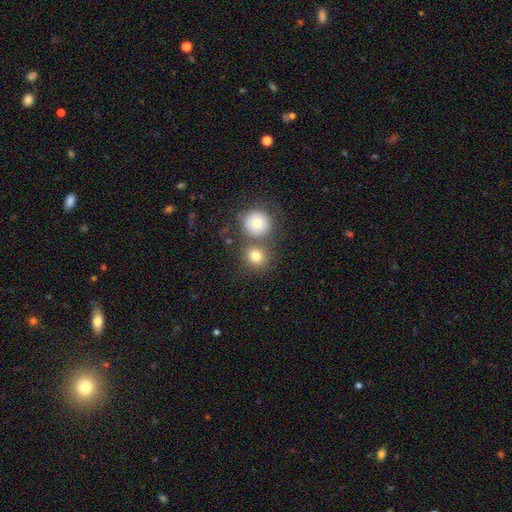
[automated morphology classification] Overall: smooth (79%). How rounded: round (86%). Merging: none (61%; merger 27%).